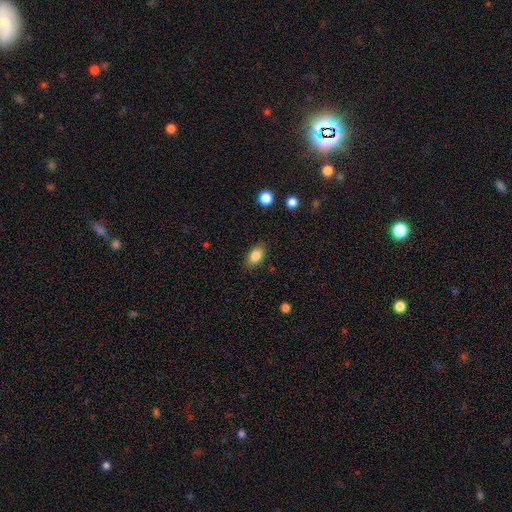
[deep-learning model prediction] Overall: smooth (84%). How rounded: in between (89%). Merging: none (86%).